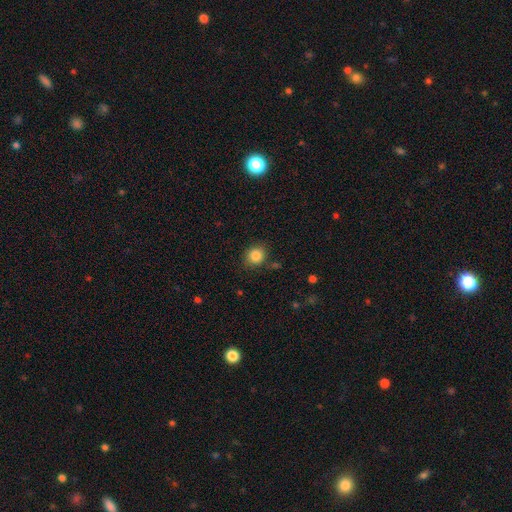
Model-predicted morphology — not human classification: The model was most divided on "how rounded": round: 78%, in between: 21%, cigar-shaped: 1%. More confident: smooth or featured — smooth (86%); merging — none (81%).